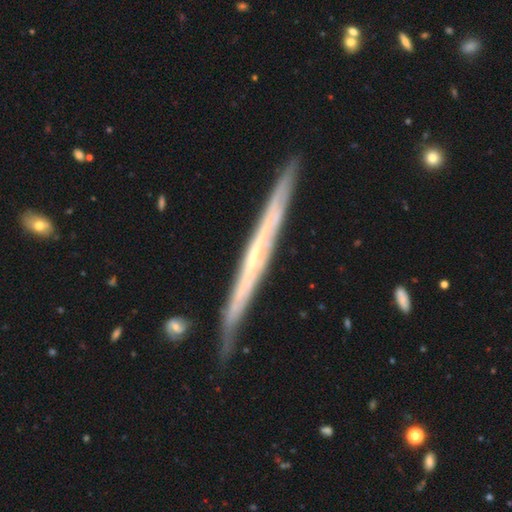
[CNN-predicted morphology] smooth_or_featured: featured or disk (p=0.73) [alt: smooth p=0.21]
disk_edge_on: yes (p=0.96) [alt: no p=0.04]
edge_on_bulge: none (p=0.76) [alt: rounded p=0.20]
merging: none (p=0.84) [alt: minor disturbance p=0.12]